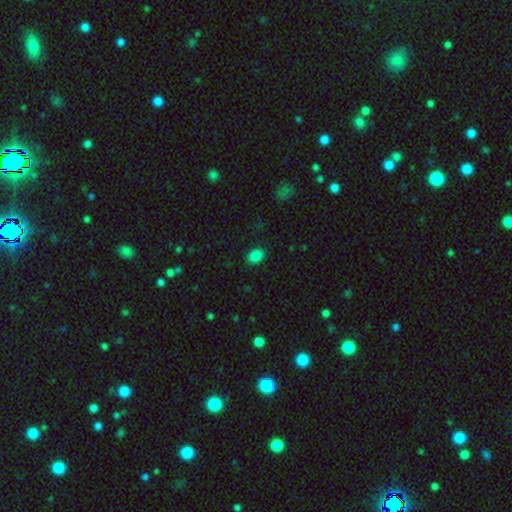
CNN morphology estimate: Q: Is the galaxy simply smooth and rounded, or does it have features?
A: smooth — 86%.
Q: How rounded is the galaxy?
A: in between — 76%.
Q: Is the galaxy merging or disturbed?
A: none — 87%.